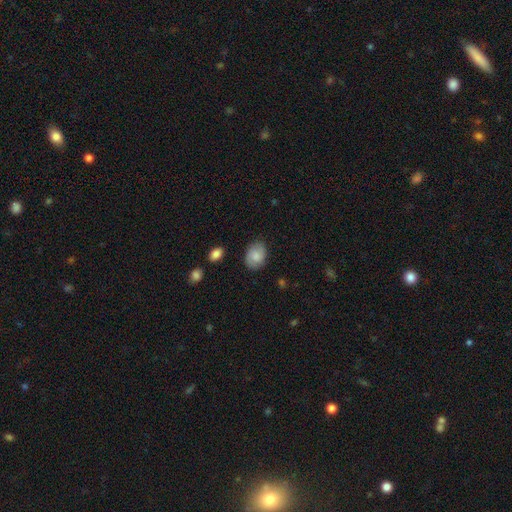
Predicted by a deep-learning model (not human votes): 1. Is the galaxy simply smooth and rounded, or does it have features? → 77% smooth, 16% featured or disk, 7% star or artifact.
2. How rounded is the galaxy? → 71% in between, 28% round, 1% cigar-shaped.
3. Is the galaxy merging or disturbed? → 81% none, 15% minor disturbance, 3% major disturbance, 1% merger.